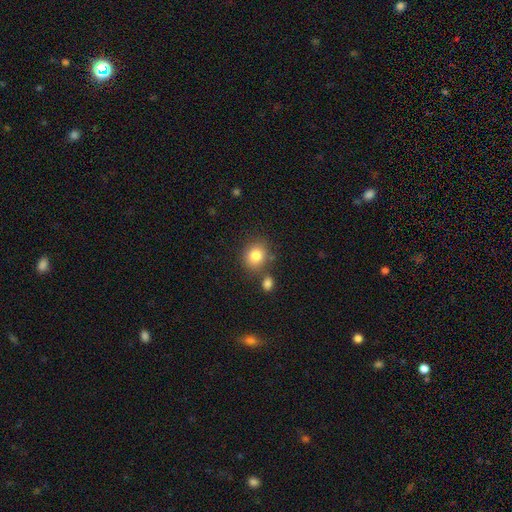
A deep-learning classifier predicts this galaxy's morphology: Q: Smooth or featured?
A: smooth (83%); runner-up: star or artifact (10%)
Q: How rounded?
A: round (75%); runner-up: in between (24%)
Q: Merging?
A: none (72%); runner-up: merger (13%)